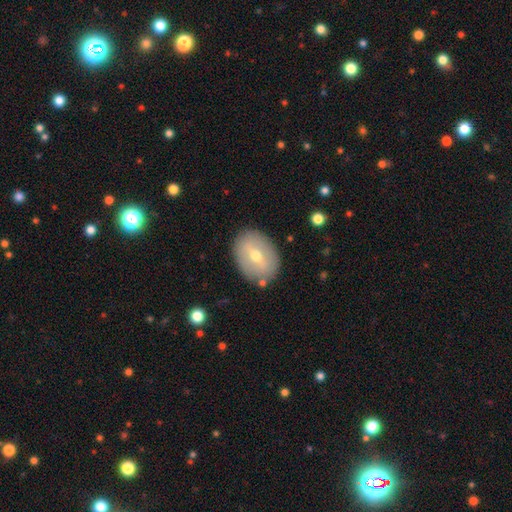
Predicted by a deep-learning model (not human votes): The model was most divided on "smooth or featured": smooth: 53%, featured or disk: 39%, star or artifact: 8%. More confident: merging — none (84%); how rounded — in between (67%).